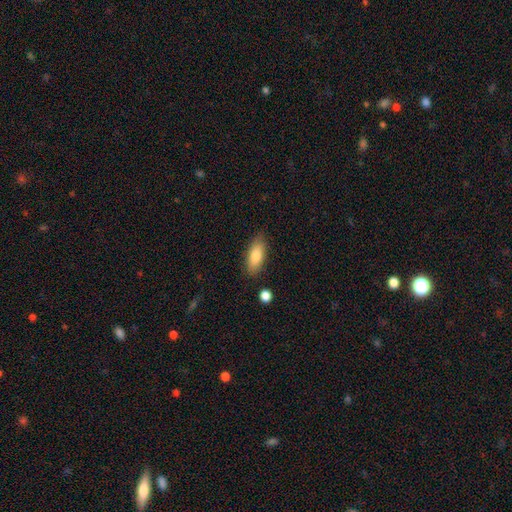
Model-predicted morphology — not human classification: A smooth galaxy with no disk features (82%) that is in between round and cigar-shaped (78%).

Vote fractions:
- Smooth or featured? smooth: 82% / featured or disk: 12% / star or artifact: 7%
- How rounded? in between: 78% / cigar-shaped: 20% / round: 2%
- Merging? none: 84% / minor disturbance: 12% / major disturbance: 3% / merger: 2%